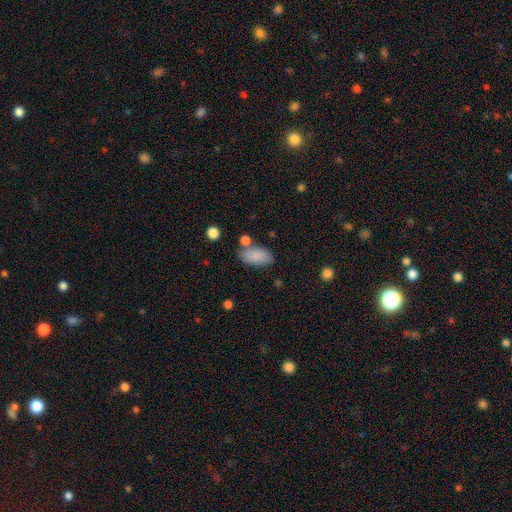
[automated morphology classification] Smooth or featured: smooth — 86% (star or artifact — 7%)
How rounded: in between — 93% (round — 4%)
Merging: none — 68% (minor disturbance — 16%)